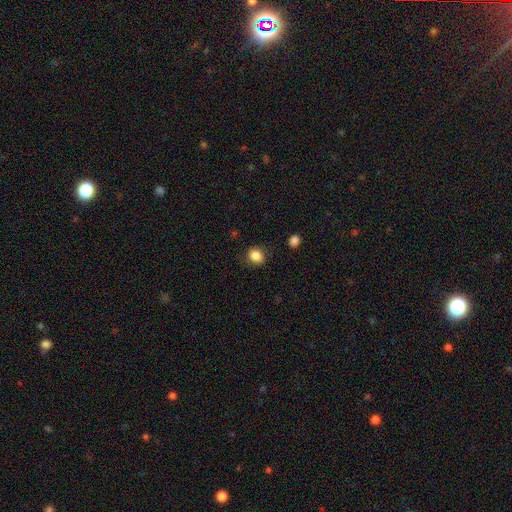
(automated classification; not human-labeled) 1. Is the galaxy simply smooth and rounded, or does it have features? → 85% smooth, 10% star or artifact, 5% featured or disk.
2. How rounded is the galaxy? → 75% round, 24% in between, 1% cigar-shaped.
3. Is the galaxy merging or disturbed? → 83% none, 12% minor disturbance, 4% major disturbance, 1% merger.